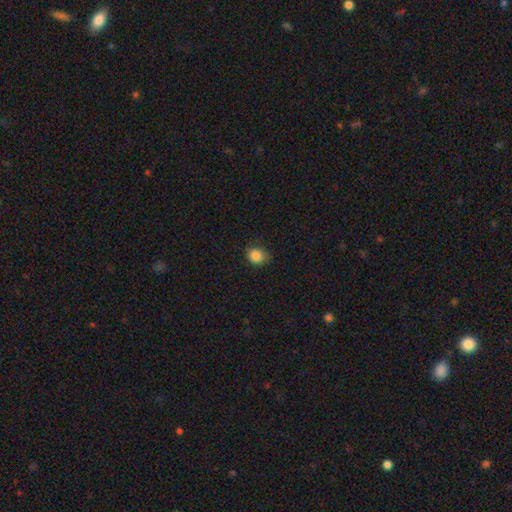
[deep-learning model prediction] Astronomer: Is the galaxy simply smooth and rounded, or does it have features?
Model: smooth — 85%.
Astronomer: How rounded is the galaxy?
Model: round — 66%.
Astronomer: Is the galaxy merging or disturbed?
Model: none — 75%.